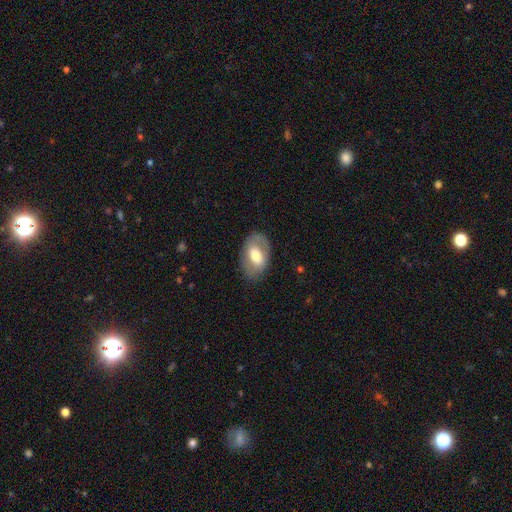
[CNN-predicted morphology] This is possibly a smooth galaxy (55%). How rounded: clearly in between (89%). Merging: likely none (77%).